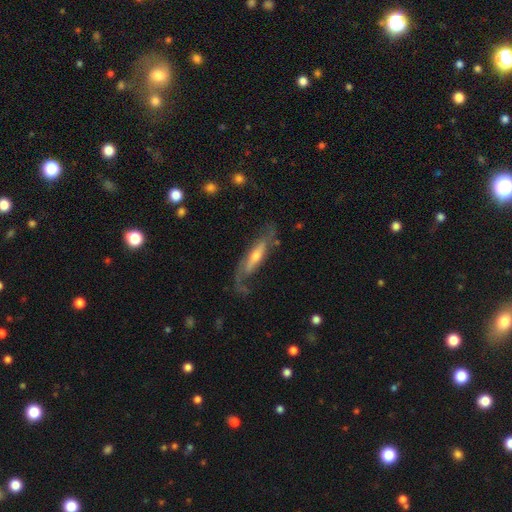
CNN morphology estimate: smooth-or-featured: featured or disk: 75% | smooth: 20% | star or artifact: 6%
  disk-edge-on: no: 61% | yes: 39%
  merging: none: 56% | minor disturbance: 22% | major disturbance: 20% | merger: 3%